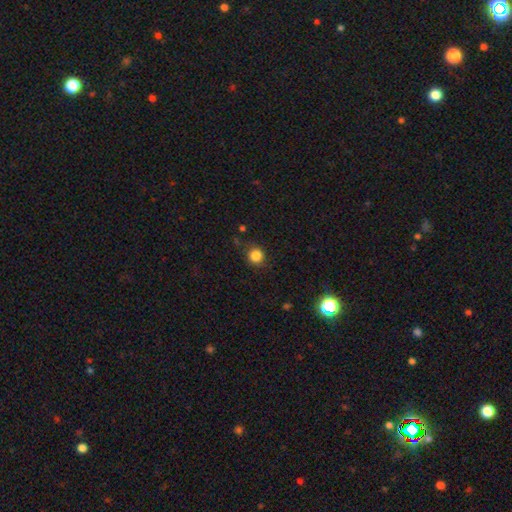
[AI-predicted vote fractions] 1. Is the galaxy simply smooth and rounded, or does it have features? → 84% smooth, 12% star or artifact, 4% featured or disk.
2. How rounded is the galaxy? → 91% round, 8% in between, 1% cigar-shaped.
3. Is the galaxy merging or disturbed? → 87% none, 9% minor disturbance, 3% major disturbance, 2% merger.